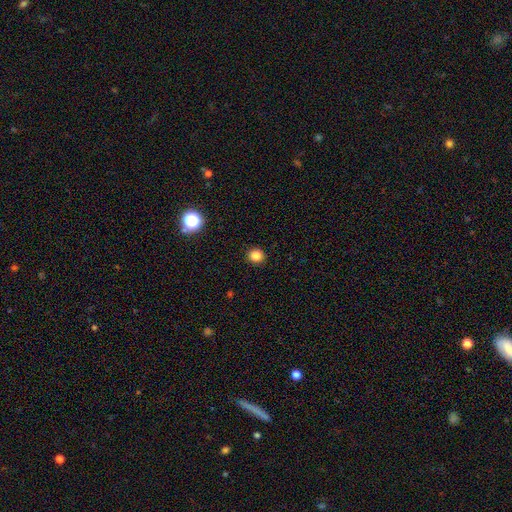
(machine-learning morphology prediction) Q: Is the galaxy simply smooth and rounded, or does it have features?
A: smooth — 84%.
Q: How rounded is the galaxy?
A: round — 88%.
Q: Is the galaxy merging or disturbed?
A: none — 92%.